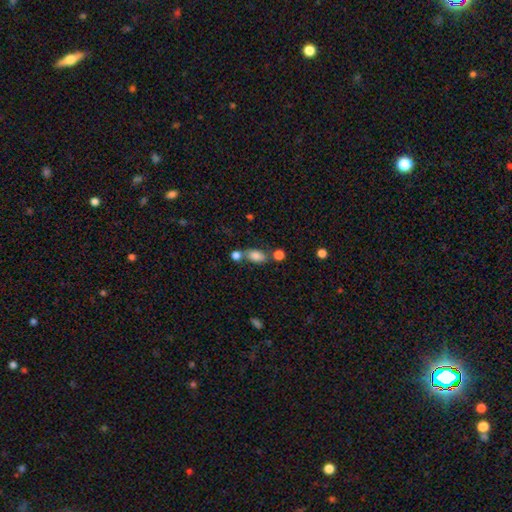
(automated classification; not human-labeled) Smooth or featured?
  - smooth: 82% *
  - star or artifact: 10%
  - featured or disk: 8%
How rounded?
  - in between: 86% *
  - round: 11%
  - cigar-shaped: 4%
Merging?
  - none: 56% *
  - merger: 25%
  - minor disturbance: 13%
  - major disturbance: 5%